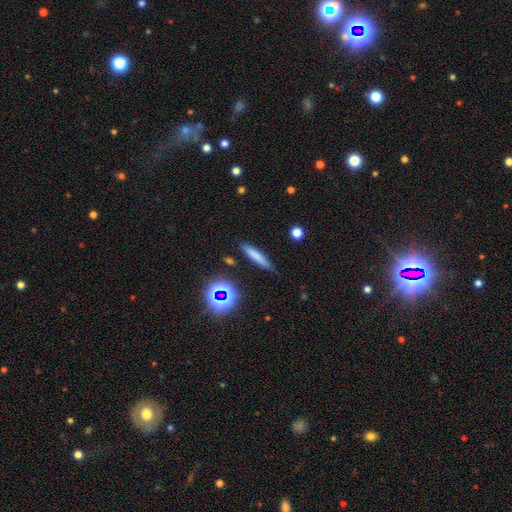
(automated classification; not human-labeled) Q: Smooth or featured?
A: smooth (70%); runner-up: featured or disk (18%)
Q: How rounded?
A: cigar-shaped (87%); runner-up: in between (10%)
Q: Merging?
A: none (82%); runner-up: minor disturbance (13%)